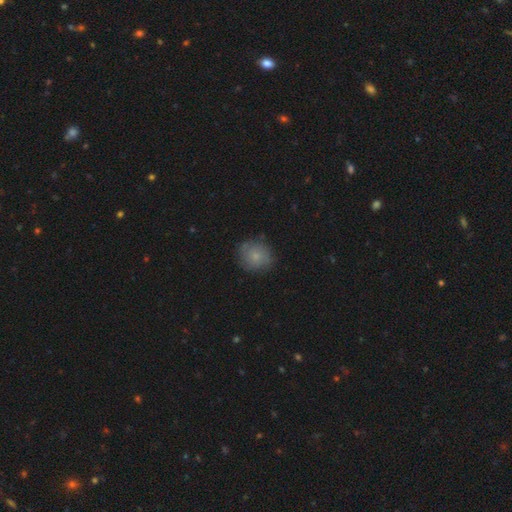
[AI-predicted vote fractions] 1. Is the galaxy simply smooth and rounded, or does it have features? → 75% smooth, 17% featured or disk, 9% star or artifact.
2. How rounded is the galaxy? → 77% round, 22% in between, 1% cigar-shaped.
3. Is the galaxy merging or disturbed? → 79% none, 16% minor disturbance, 4% major disturbance, 1% merger.